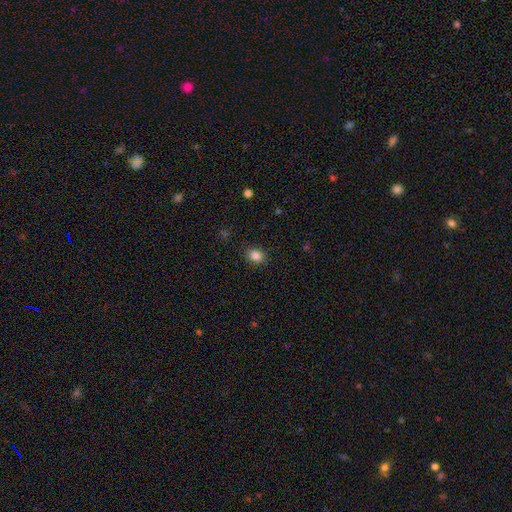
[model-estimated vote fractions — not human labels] This appears to be a smooth galaxy with no disk features (86%) that is in between round and cigar-shaped (50%). Merging: none (87%).